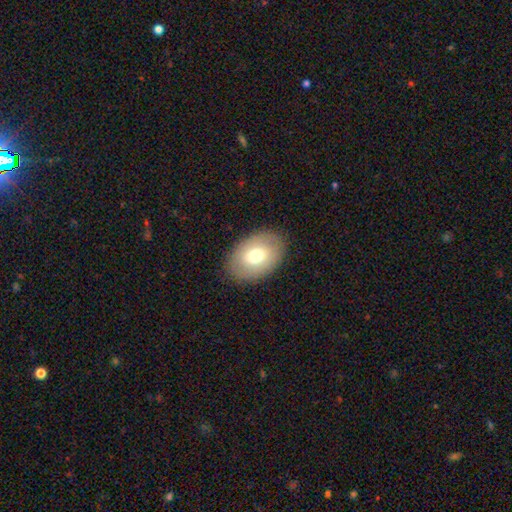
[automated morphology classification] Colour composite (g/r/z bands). It shows a smooth galaxy with no disk features (70%) that is in between round and cigar-shaped (81%). Merging: none (86%).